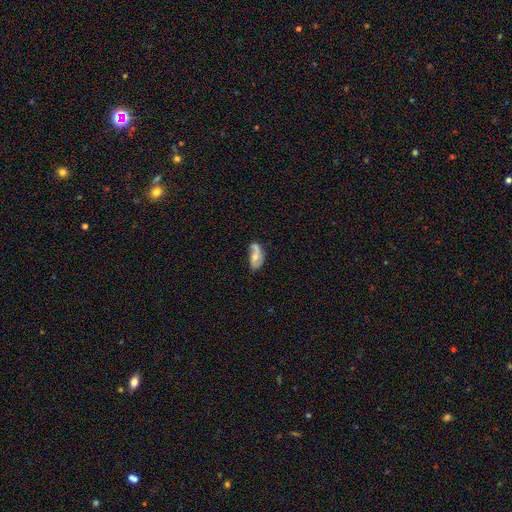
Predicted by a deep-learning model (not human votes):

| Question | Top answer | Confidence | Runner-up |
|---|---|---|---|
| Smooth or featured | featured or disk | 48% | smooth (44%) |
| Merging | none | 37% | minor disturbance (27%) |